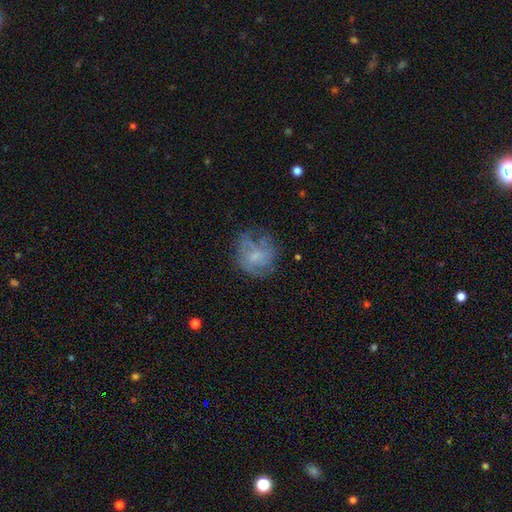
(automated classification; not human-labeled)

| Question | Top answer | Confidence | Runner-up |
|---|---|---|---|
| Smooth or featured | featured or disk | 51% | smooth (38%) |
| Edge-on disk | no | 98% | yes (2%) |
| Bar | no | 71% | weak (25%) |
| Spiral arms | no | 55% | yes (45%) |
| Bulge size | small | 41% | none (33%) |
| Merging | none | 54% | minor disturbance (23%) |